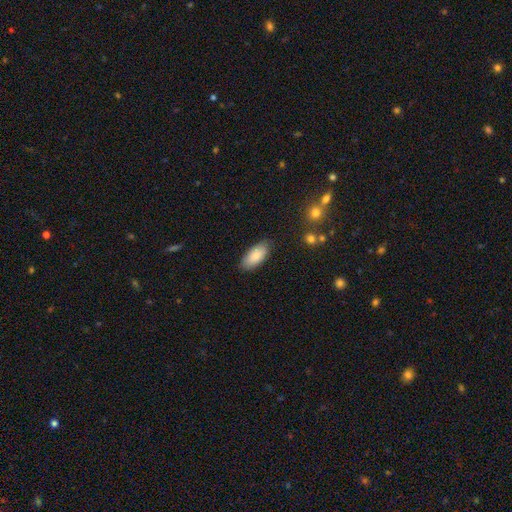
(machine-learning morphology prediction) A smooth galaxy with no disk features (83%) that is in between round and cigar-shaped (89%).

Vote fractions:
- Smooth or featured? smooth: 83% / featured or disk: 11% / star or artifact: 6%
- How rounded? in between: 89% / cigar-shaped: 9% / round: 2%
- Merging? none: 83% / minor disturbance: 13% / major disturbance: 2% / merger: 1%